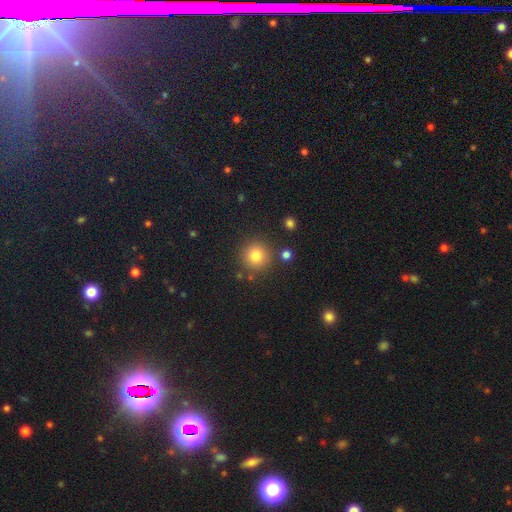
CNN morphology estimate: This is clearly a smooth galaxy (81%). How rounded: clearly round (94%). Merging: clearly none (85%).